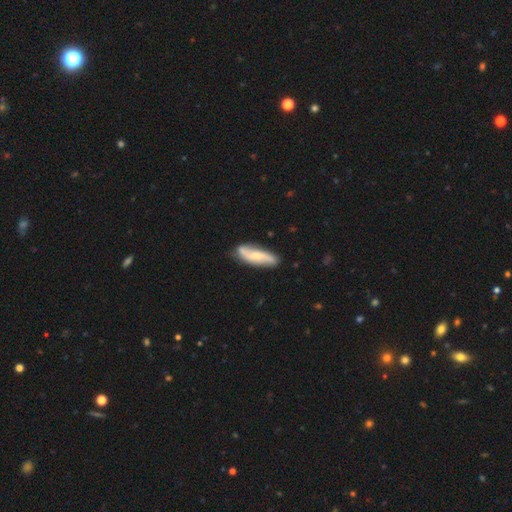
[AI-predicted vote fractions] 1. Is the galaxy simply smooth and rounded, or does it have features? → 56% featured or disk, 39% smooth, 6% star or artifact.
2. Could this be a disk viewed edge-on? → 80% no, 20% yes.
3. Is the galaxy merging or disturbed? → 76% none, 18% minor disturbance, 4% major disturbance, 3% merger.